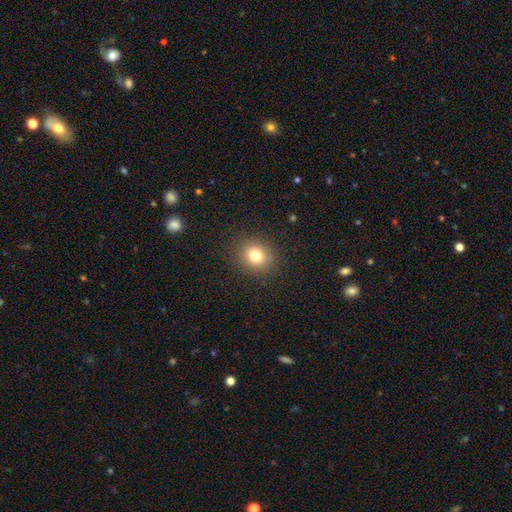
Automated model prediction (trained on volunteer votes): smooth-or-featured: smooth: 77% | star or artifact: 14% | featured or disk: 9%
  how-rounded: round: 80% | in between: 19% | cigar-shaped: 1%
  merging: none: 88% | minor disturbance: 8% | major disturbance: 3% | merger: 1%